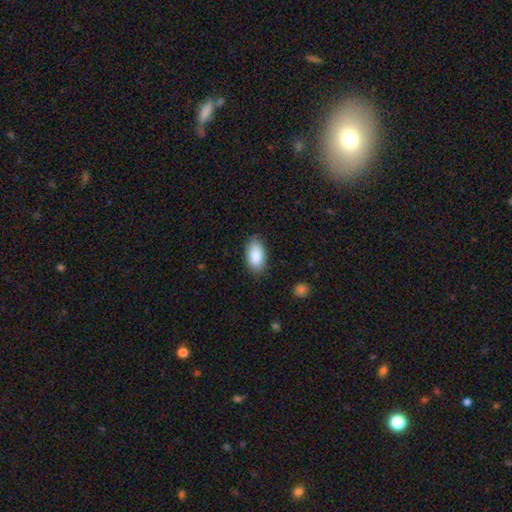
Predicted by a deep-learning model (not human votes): Smooth or featured? smooth (87%)
How rounded? in between (94%)
Merging? none (84%)